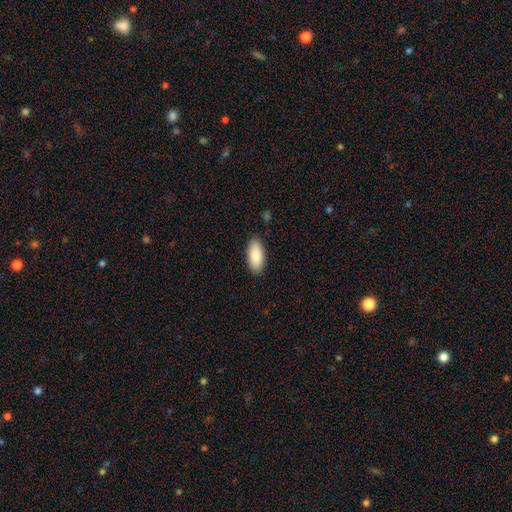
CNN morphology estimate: smooth 87%, featured or disk 7%, star or artifact 6%. Down the decision tree: how rounded — in between (90%); merging — none (88%).